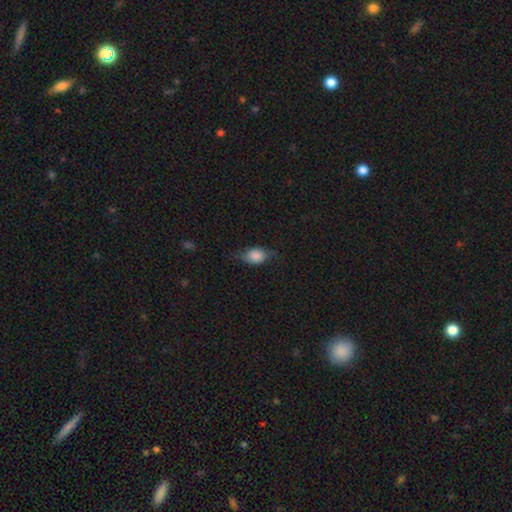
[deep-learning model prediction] Morphology: type=smooth (75%); roundness=in between (74%); merging=none (61%).